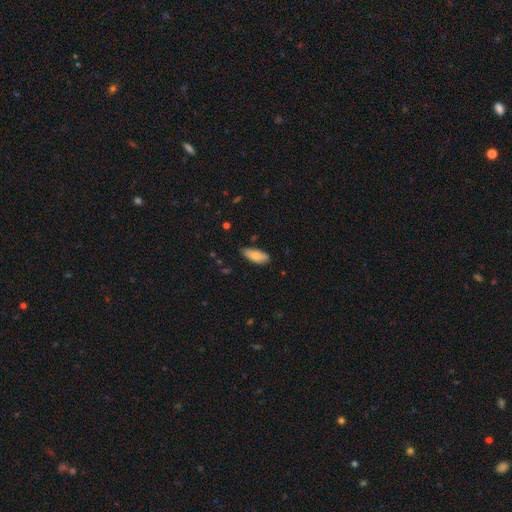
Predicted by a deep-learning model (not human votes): Smooth or featured: smooth — 79% (featured or disk — 14%)
How rounded: in between — 84% (cigar-shaped — 14%)
Merging: none — 77% (minor disturbance — 19%)